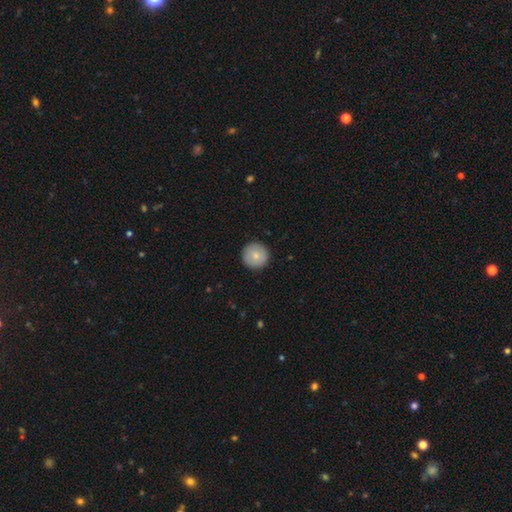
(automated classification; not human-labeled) A smooth galaxy with no disk features (79%) that is round (96%). Merging: none (92%).